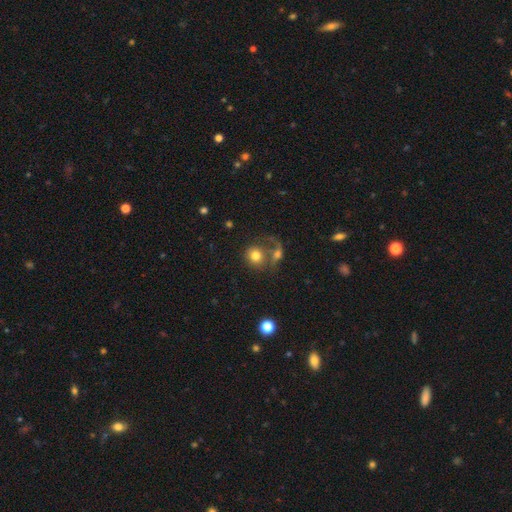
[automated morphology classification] smooth 70%, featured or disk 20%, star or artifact 9%. Down the decision tree: how rounded — round (80%); merging — merger (47%).